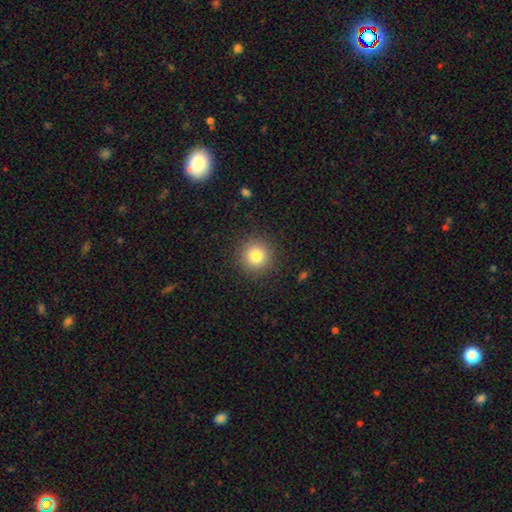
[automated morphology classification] smooth-or-featured: smooth: 81% | star or artifact: 11% | featured or disk: 7%
  how-rounded: round: 94% | in between: 5% | cigar-shaped: 1%
  merging: none: 90% | minor disturbance: 6% | major disturbance: 2% | merger: 1%